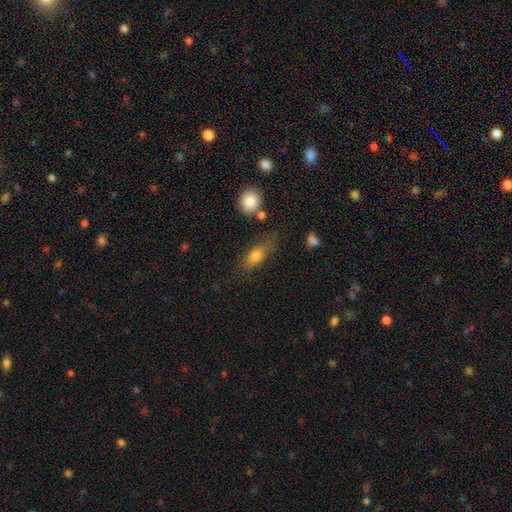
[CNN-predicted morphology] A smooth galaxy with no disk features (76%) that is in between round and cigar-shaped (75%). Merging: none (54%).